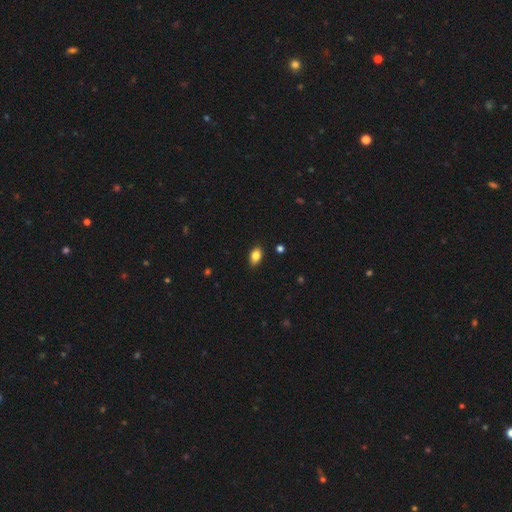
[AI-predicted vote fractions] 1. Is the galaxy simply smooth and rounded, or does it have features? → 84% smooth, 8% star or artifact, 8% featured or disk.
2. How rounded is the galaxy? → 88% in between, 10% round, 2% cigar-shaped.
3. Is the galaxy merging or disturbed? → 87% none, 10% minor disturbance, 2% major disturbance, 1% merger.